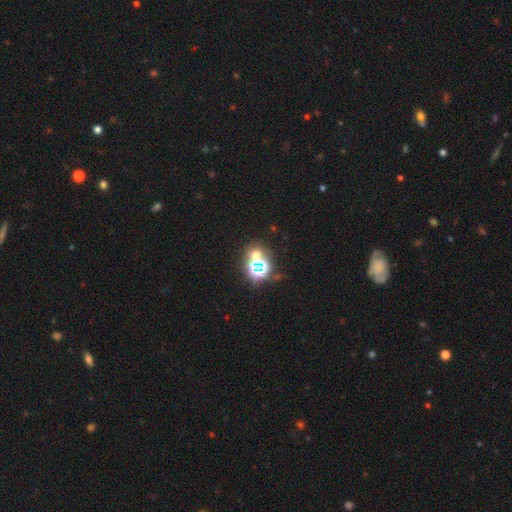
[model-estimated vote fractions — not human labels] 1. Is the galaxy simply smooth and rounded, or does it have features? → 56% star or artifact, 34% smooth, 10% featured or disk.